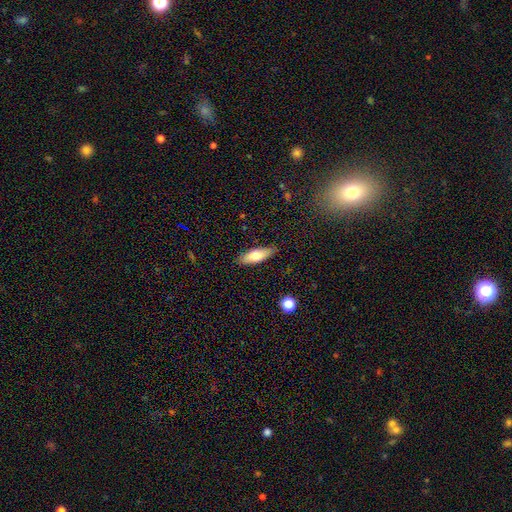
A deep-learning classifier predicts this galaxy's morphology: A smooth galaxy with no disk features (71%) that is in between round and cigar-shaped (62%).

Vote fractions:
- Smooth or featured? smooth: 71% / featured or disk: 22% / star or artifact: 7%
- How rounded? in between: 62% / cigar-shaped: 36% / round: 2%
- Merging? none: 86% / minor disturbance: 11% / major disturbance: 2% / merger: 1%